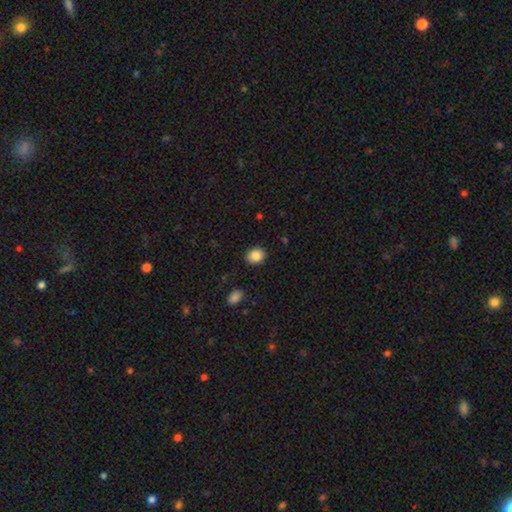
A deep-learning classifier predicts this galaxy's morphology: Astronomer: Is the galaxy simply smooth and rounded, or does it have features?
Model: smooth — 87%.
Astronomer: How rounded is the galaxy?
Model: round — 56% (runner-up: in between, 43%).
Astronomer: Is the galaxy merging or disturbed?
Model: none — 89%.